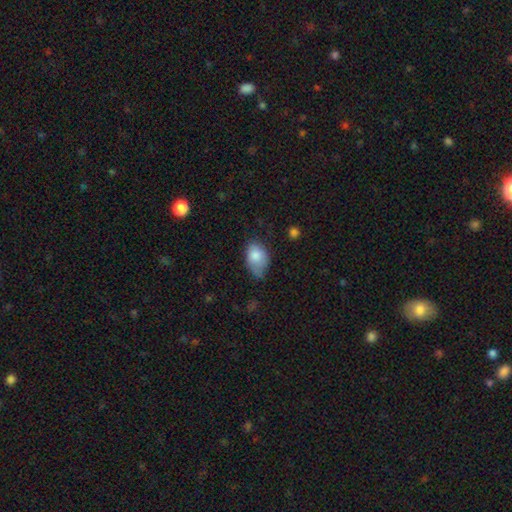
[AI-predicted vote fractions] Morphology: type=smooth (80%); roundness=in between (86%); merging=minor disturbance (45%).